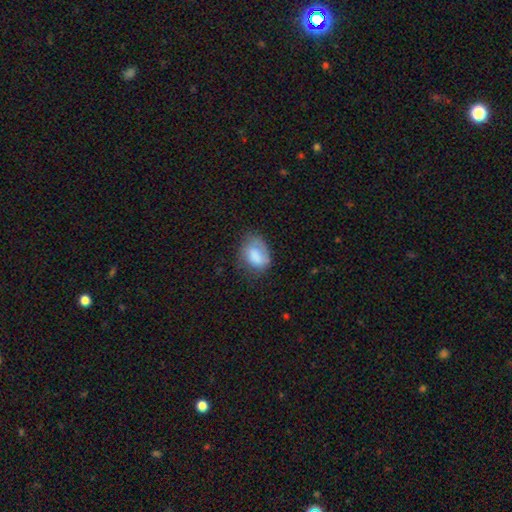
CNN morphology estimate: Q: Smooth or featured?
A: smooth (75%); runner-up: featured or disk (17%)
Q: How rounded?
A: in between (73%); runner-up: round (26%)
Q: Merging?
A: none (52%); runner-up: minor disturbance (31%)